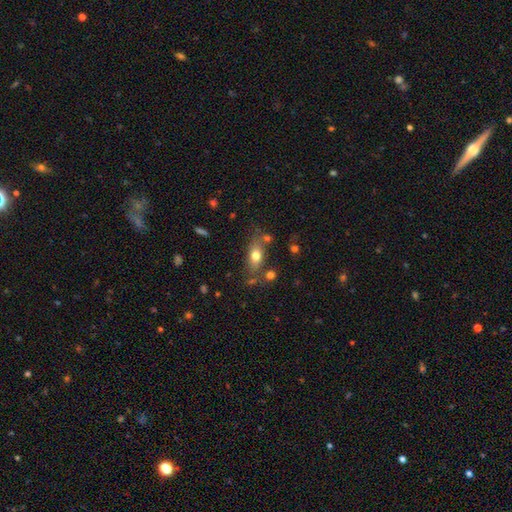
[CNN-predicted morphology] smooth_or_featured: smooth (p=0.72) [alt: featured or disk p=0.18]
how_rounded: in between (p=0.77) [alt: cigar-shaped p=0.12]
merging: none (p=0.67) [alt: minor disturbance p=0.17]